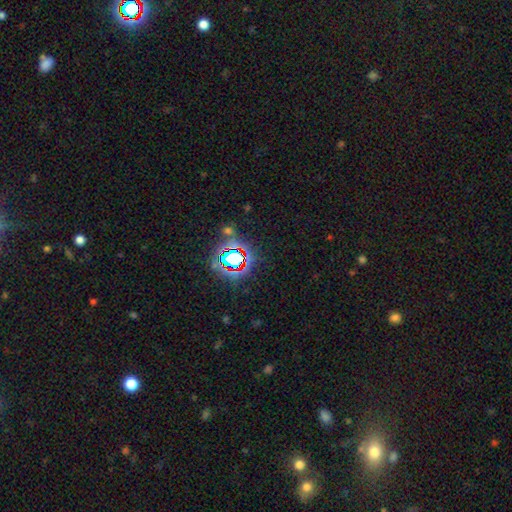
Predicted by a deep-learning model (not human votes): smooth-or-featured: star or artifact: 78% | smooth: 13% | featured or disk: 9%